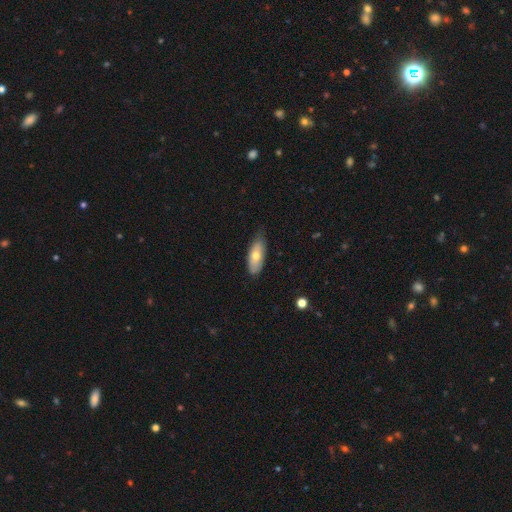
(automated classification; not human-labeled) Smooth or featured: smooth — 68% (featured or disk — 26%)
How rounded: in between — 78% (cigar-shaped — 19%)
Merging: none — 72% (minor disturbance — 23%)